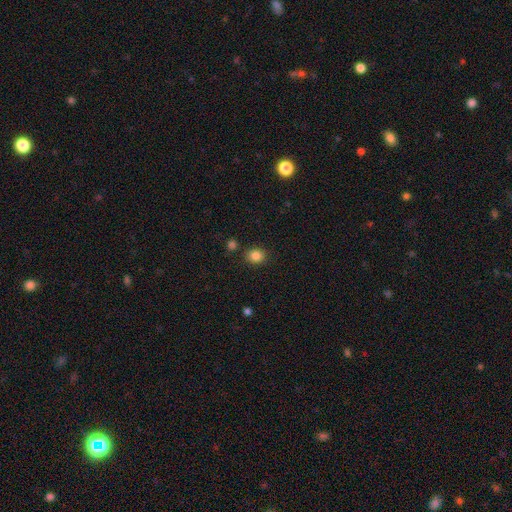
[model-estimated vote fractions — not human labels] Q: Smooth or featured?
A: smooth (84%); runner-up: star or artifact (11%)
Q: How rounded?
A: round (67%); runner-up: in between (32%)
Q: Merging?
A: none (84%); runner-up: minor disturbance (9%)